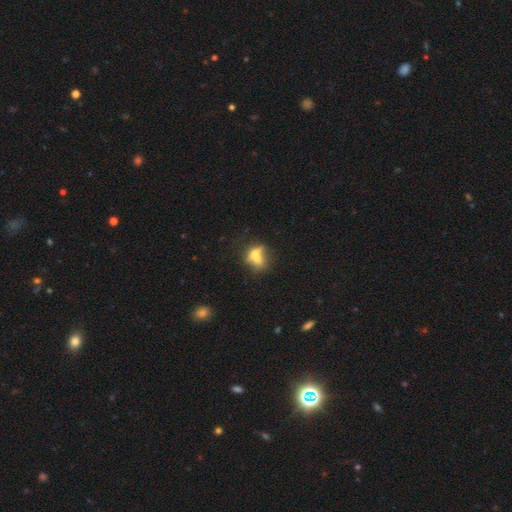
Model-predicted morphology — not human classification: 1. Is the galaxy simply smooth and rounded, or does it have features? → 53% smooth, 34% featured or disk, 13% star or artifact.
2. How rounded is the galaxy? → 51% in between, 37% round, 12% cigar-shaped.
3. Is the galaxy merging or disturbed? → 37% none, 35% merger, 15% minor disturbance, 14% major disturbance.